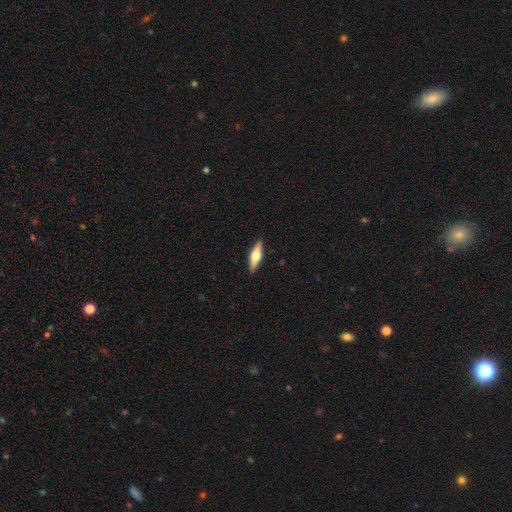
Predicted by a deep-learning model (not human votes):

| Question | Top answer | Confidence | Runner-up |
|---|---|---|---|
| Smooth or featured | featured or disk | 50% | smooth (45%) |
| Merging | none | 89% | minor disturbance (8%) |